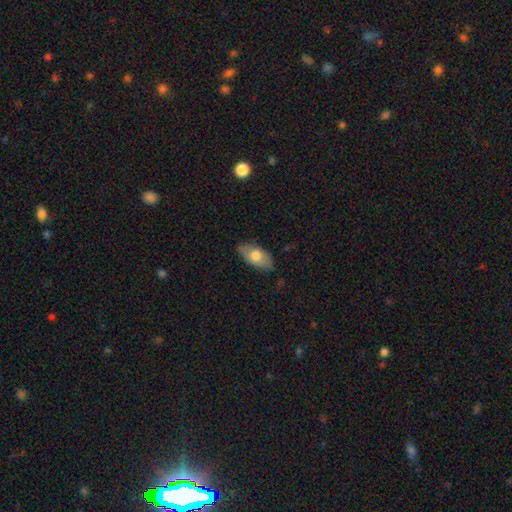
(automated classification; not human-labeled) This is likely a smooth galaxy (67%). How rounded: clearly in between (92%). Merging: likely none (77%).